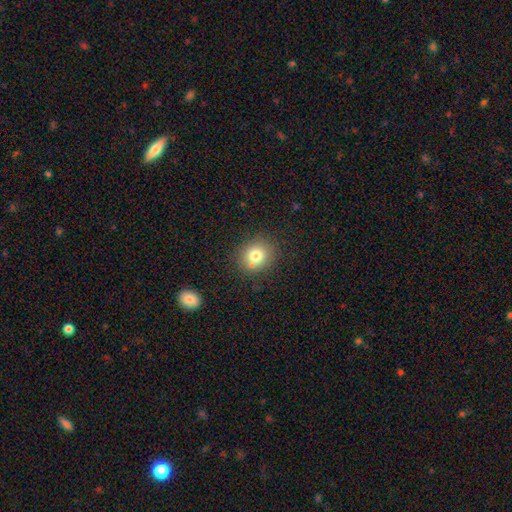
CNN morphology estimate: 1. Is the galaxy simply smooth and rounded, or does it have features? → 78% smooth, 12% star or artifact, 10% featured or disk.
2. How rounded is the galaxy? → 78% round, 21% in between, 1% cigar-shaped.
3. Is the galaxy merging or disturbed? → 76% none, 12% minor disturbance, 9% merger, 3% major disturbance.